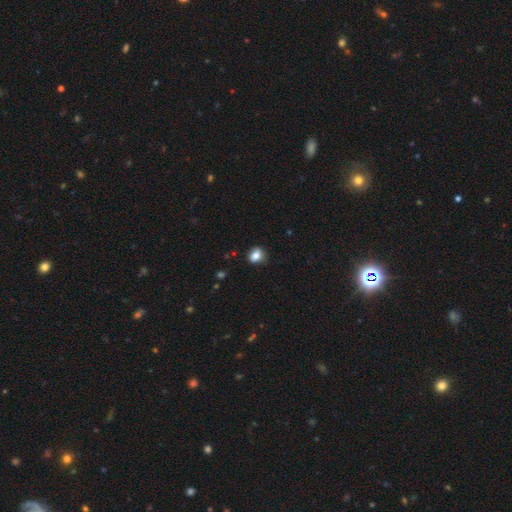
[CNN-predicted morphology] A smooth galaxy with no disk features (81%) that is round (53%). Merging: none (73%).